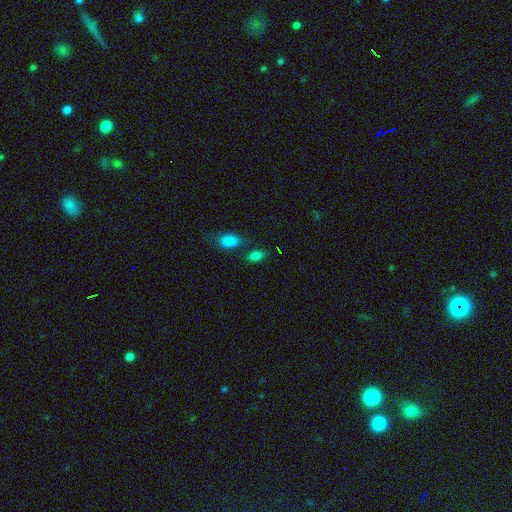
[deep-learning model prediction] smooth-or-featured: smooth: 81% | star or artifact: 11% | featured or disk: 7%
  how-rounded: in between: 88% | round: 7% | cigar-shaped: 5%
  merging: none: 63% | merger: 17% | minor disturbance: 15% | major disturbance: 5%